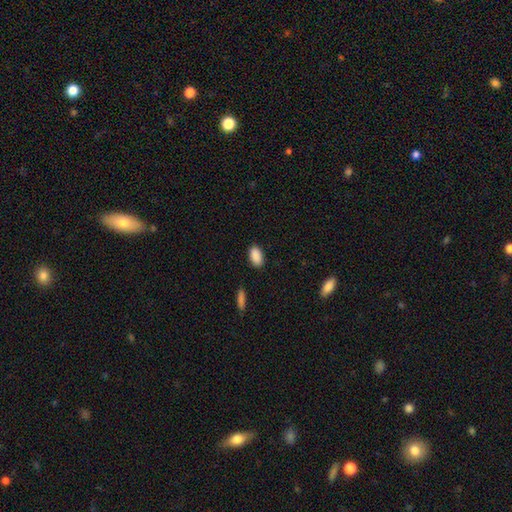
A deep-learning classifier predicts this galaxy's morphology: A smooth galaxy with no disk features (90%) that is in between round and cigar-shaped (92%). Merging: none (86%).